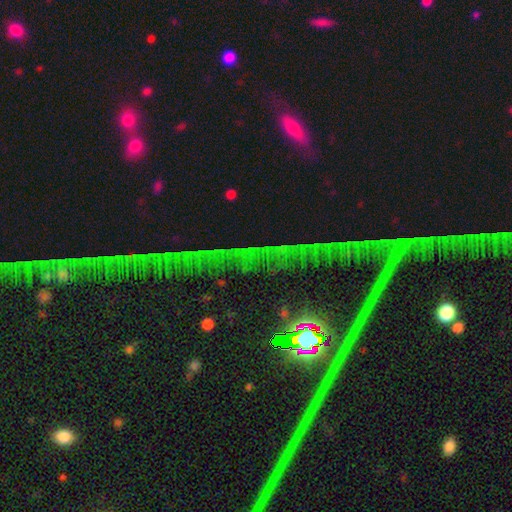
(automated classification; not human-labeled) Smooth or featured? Predicted: star or artifact (p=0.78).